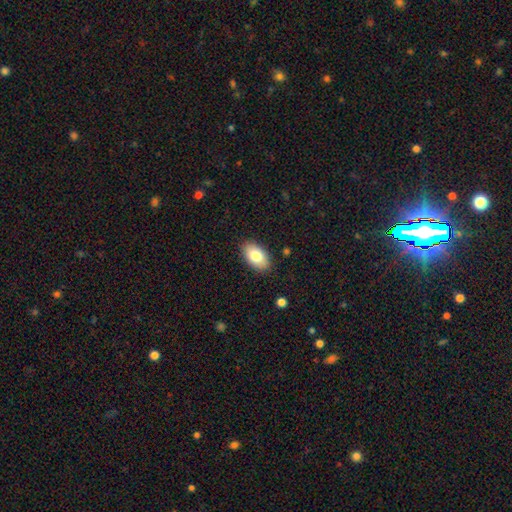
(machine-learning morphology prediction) Smooth or featured? smooth (81%)
How rounded? in between (94%)
Merging? none (87%)